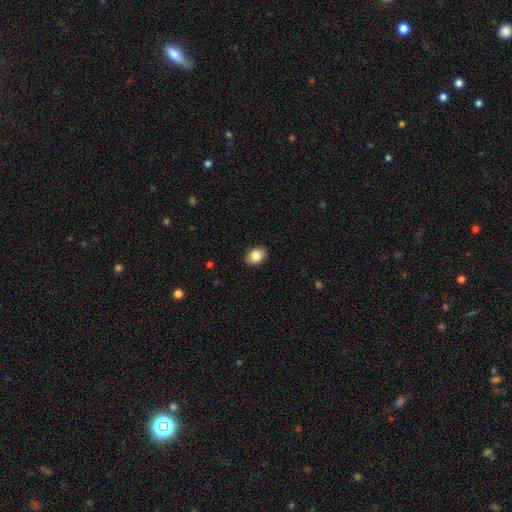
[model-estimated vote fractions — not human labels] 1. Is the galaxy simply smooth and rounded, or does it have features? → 85% smooth, 8% featured or disk, 8% star or artifact.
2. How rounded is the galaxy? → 79% in between, 20% round, 1% cigar-shaped.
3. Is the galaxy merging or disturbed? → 90% none, 8% minor disturbance, 2% major disturbance, 1% merger.